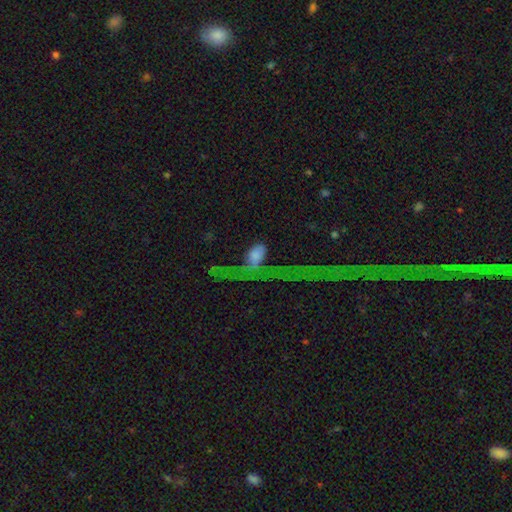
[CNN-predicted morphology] The model was most divided on "smooth or featured": smooth: 56%, featured or disk: 28%, star or artifact: 16%. Remaining: how rounded — in between (82%); merging — major disturbance (49%).